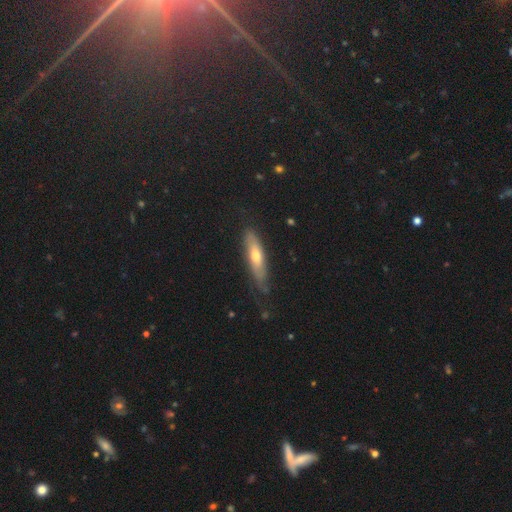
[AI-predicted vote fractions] smooth-or-featured: featured or disk: 49% | smooth: 42% | star or artifact: 8%
  merging: none: 69% | minor disturbance: 23% | major disturbance: 6% | merger: 2%